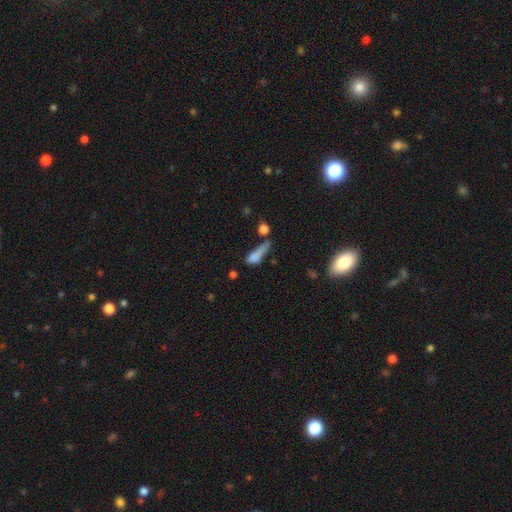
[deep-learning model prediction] The model was most divided on "how rounded": cigar-shaped: 47%, in between: 46%, round: 7%. Remaining: smooth or featured — smooth (69%); merging — major disturbance (28%).